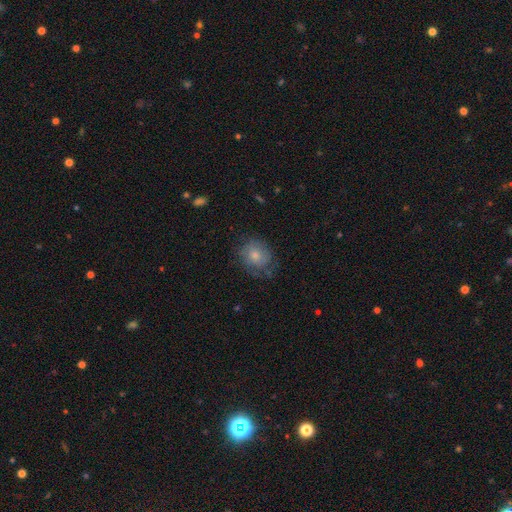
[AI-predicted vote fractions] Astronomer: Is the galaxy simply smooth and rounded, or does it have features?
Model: smooth — 66%.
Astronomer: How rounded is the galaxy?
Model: round — 69%.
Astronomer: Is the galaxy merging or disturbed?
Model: none — 59%.